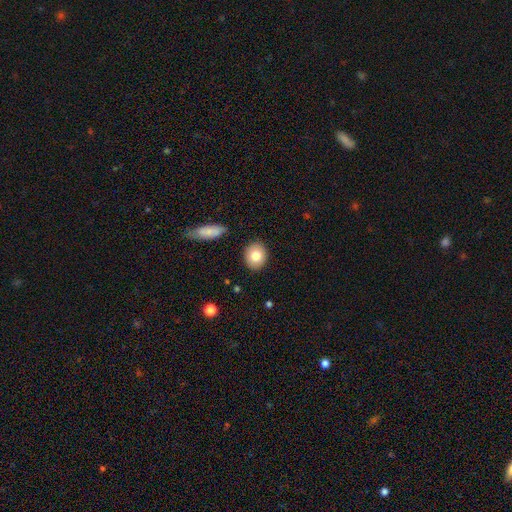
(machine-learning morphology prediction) This is likely a smooth galaxy (79%). How rounded: likely round (63%). Merging: clearly none (88%).